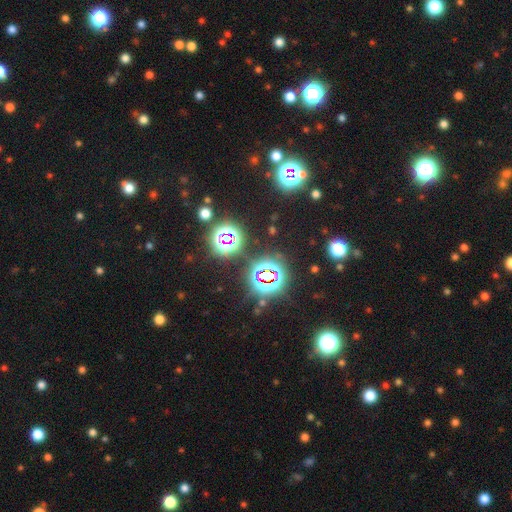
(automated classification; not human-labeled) Smooth or featured?
  - star or artifact: 76% *
  - smooth: 17%
  - featured or disk: 7%